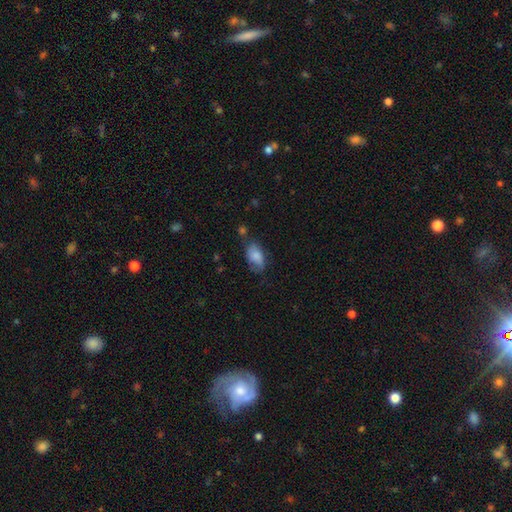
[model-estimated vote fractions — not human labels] This is clearly a smooth galaxy (80%). How rounded: clearly in between (92%). Merging: possibly none (58%).